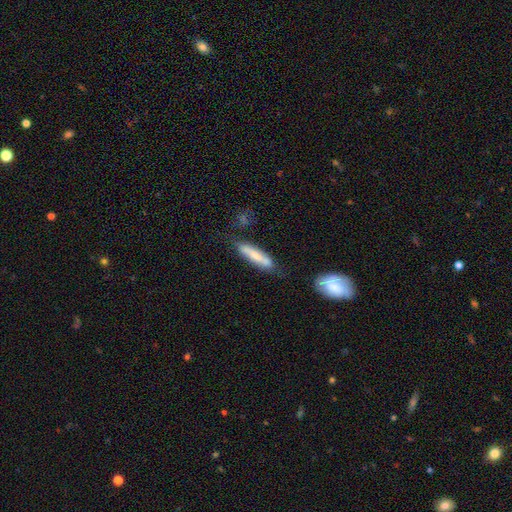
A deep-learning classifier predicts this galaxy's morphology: smooth_or_featured: smooth (p=0.66) [alt: featured or disk p=0.27]
how_rounded: cigar-shaped (p=0.84) [alt: in between p=0.14]
merging: none (p=0.66) [alt: minor disturbance p=0.22]